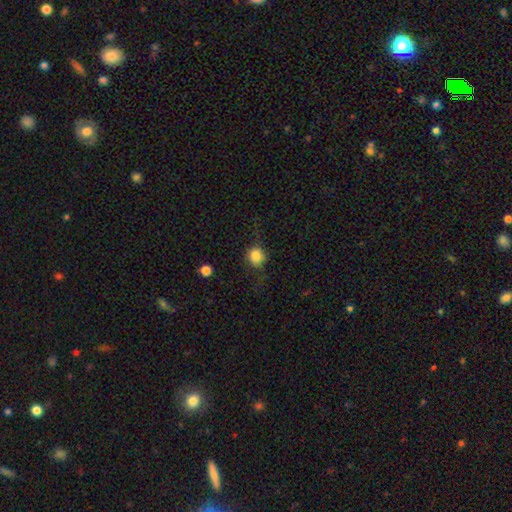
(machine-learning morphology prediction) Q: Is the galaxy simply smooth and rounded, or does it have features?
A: smooth — 80%.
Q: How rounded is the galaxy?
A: round — 88%.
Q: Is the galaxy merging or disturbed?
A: none — 71%.